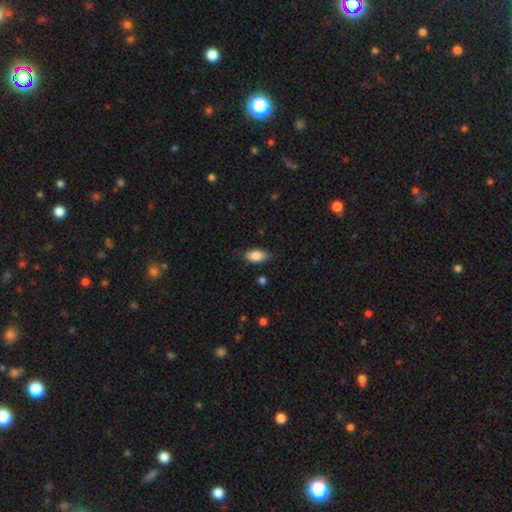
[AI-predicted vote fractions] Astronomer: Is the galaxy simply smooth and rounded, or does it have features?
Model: smooth — 87%.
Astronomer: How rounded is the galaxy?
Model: in between — 90%.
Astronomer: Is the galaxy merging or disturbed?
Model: none — 81%.